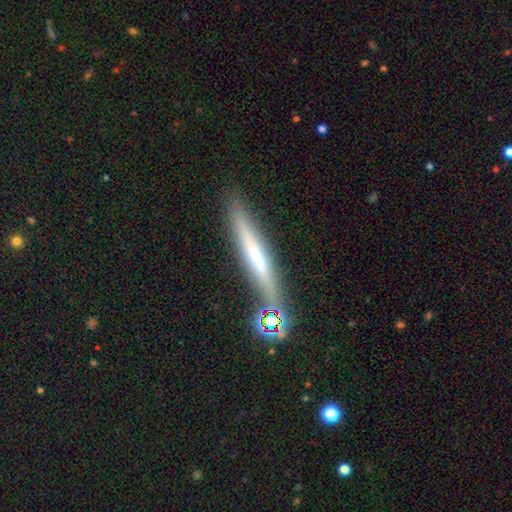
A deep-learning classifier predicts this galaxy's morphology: This is possibly a featured or disk galaxy (49%). Merging: likely none (73%).